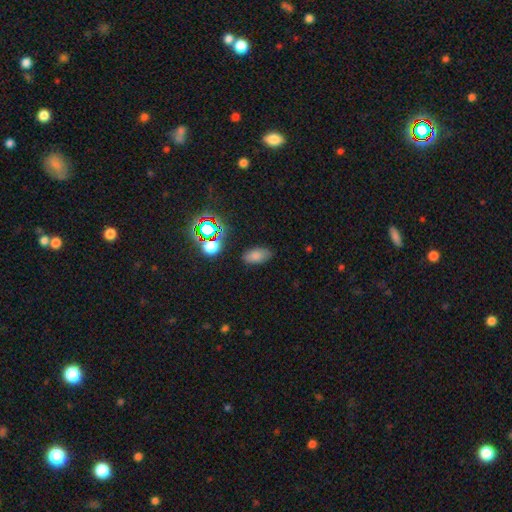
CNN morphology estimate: The model was most divided on "smooth or featured": smooth: 75%, star or artifact: 17%, featured or disk: 8%. More confident: how rounded — in between (91%); merging — none (81%).